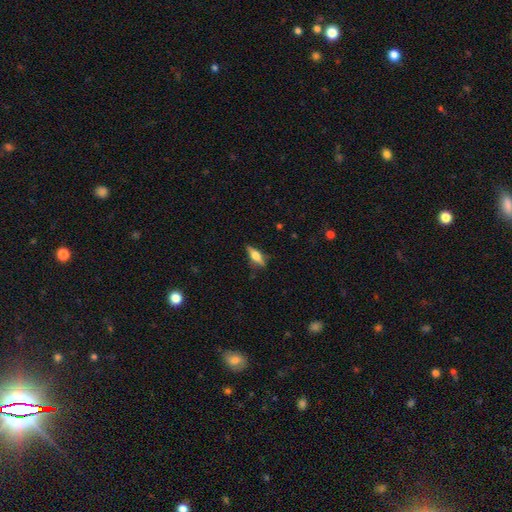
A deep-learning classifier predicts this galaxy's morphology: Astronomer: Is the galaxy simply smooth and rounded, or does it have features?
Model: featured or disk — 52% (runner-up: smooth, 41%).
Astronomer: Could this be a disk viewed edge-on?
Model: yes — 93%.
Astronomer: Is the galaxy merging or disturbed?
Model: none — 77%.